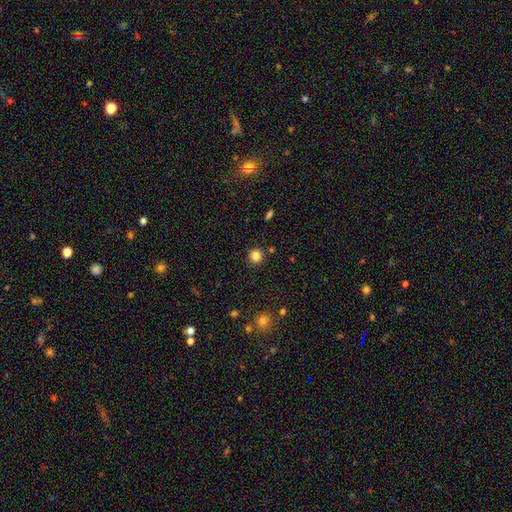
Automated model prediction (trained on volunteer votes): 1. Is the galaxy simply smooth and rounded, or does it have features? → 84% smooth, 12% star or artifact, 4% featured or disk.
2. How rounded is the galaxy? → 90% round, 9% in between, 1% cigar-shaped.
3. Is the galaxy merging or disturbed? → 88% none, 7% minor disturbance, 3% merger, 2% major disturbance.